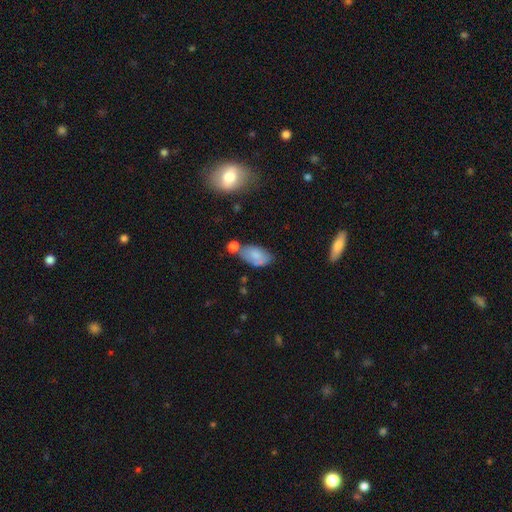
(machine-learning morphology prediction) smooth 73%, featured or disk 19%, star or artifact 8%. Down the decision tree: how rounded — in between (93%); merging — none (48%).